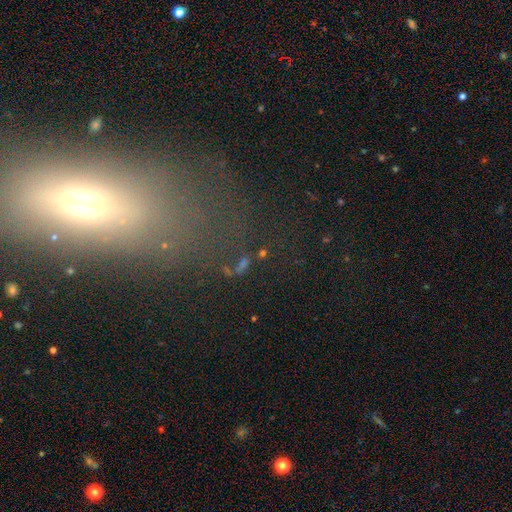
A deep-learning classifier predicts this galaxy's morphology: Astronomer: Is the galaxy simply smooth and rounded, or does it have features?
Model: smooth — 46% (runner-up: star or artifact, 28%).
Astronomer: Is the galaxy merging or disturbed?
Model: none — 66%.